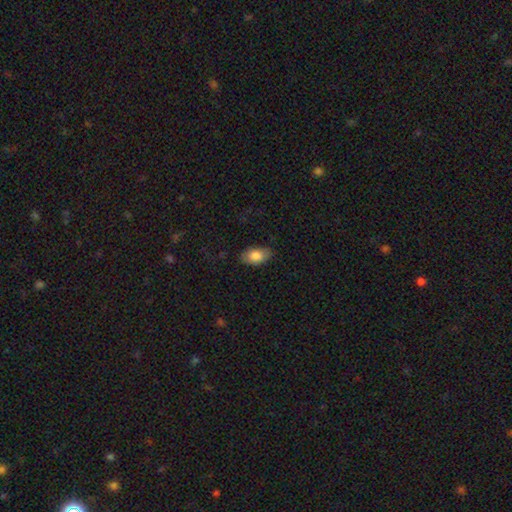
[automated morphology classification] This is clearly a smooth galaxy (82%). How rounded: clearly in between (92%). Merging: clearly none (80%).